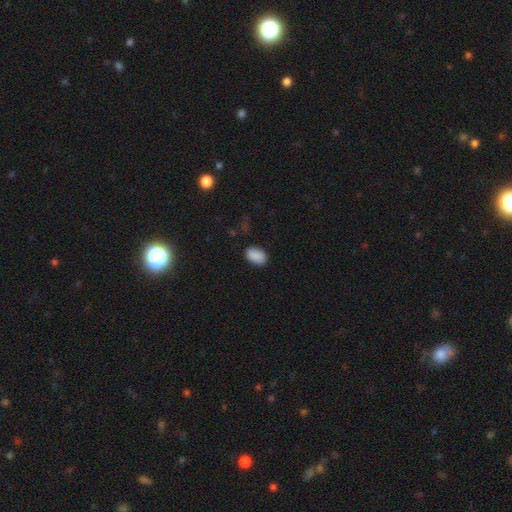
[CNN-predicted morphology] smooth_or_featured: smooth (p=0.89) [alt: star or artifact p=0.08]
how_rounded: in between (p=0.87) [alt: round p=0.12]
merging: none (p=0.85) [alt: minor disturbance p=0.11]